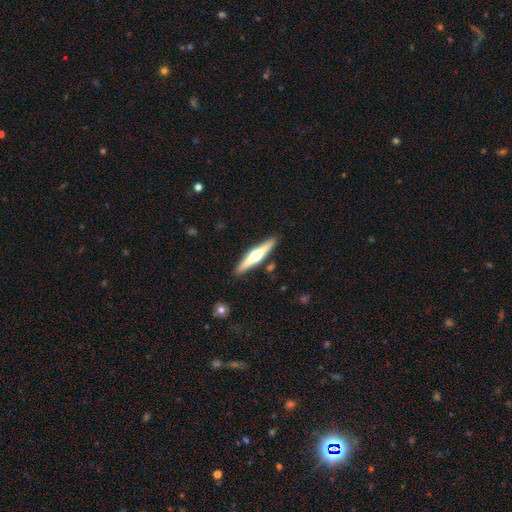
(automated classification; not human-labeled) The model was most divided on "smooth or featured": featured or disk: 65%, smooth: 30%, star or artifact: 5%. More confident: edge-on disk — yes (97%); edge-on bulge — rounded (93%); merging — none (89%).